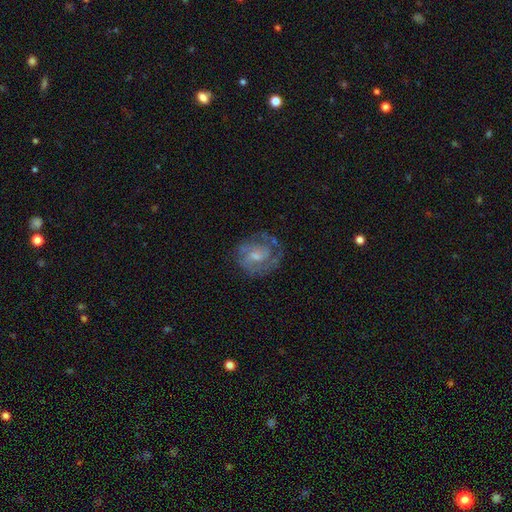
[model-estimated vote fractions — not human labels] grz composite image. It shows a featured or disk galaxy (74%) with no bar (52%), 2 (41%) tight (50%) spiral arms (87%) and a small central bulge (51%). Merging: none (67%).